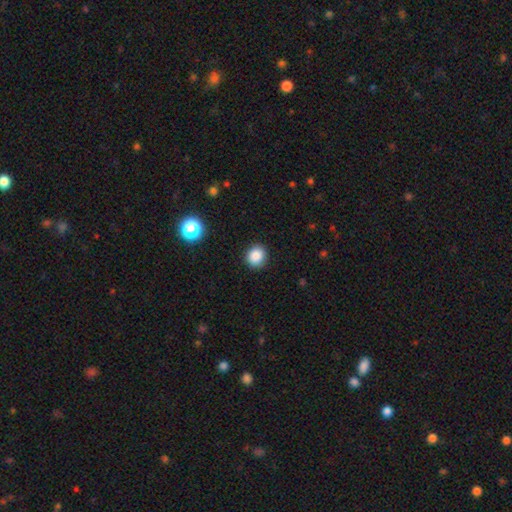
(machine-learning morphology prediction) Smooth or featured: smooth — 86% (star or artifact — 10%)
How rounded: round — 80% (in between — 19%)
Merging: none — 90% (minor disturbance — 7%)